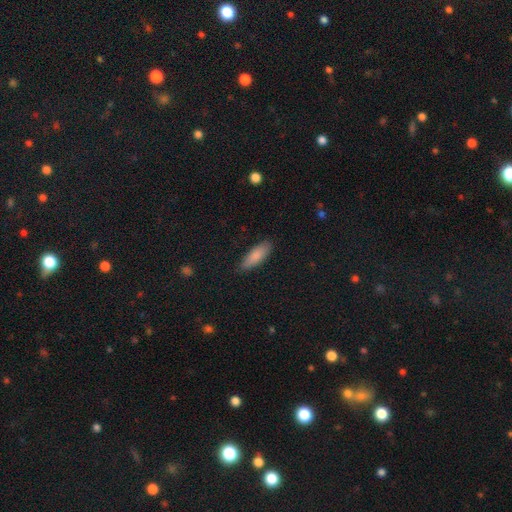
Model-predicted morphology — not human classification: Q: Smooth or featured?
A: smooth (86%); runner-up: featured or disk (9%)
Q: How rounded?
A: in between (60%); runner-up: cigar-shaped (38%)
Q: Merging?
A: none (85%); runner-up: minor disturbance (12%)